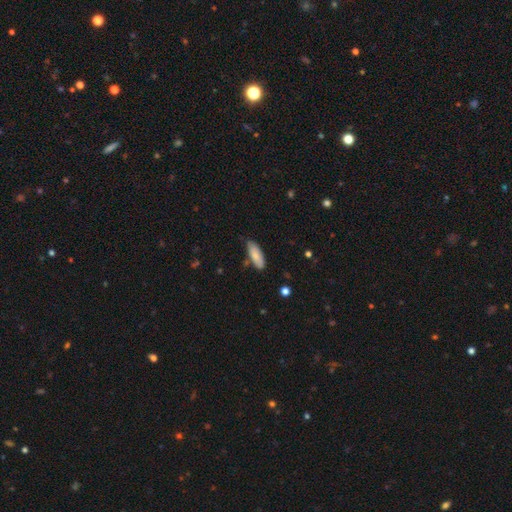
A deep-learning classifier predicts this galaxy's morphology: Q: Smooth or featured?
A: smooth (80%); runner-up: featured or disk (14%)
Q: How rounded?
A: in between (74%); runner-up: cigar-shaped (24%)
Q: Merging?
A: none (70%); runner-up: minor disturbance (24%)